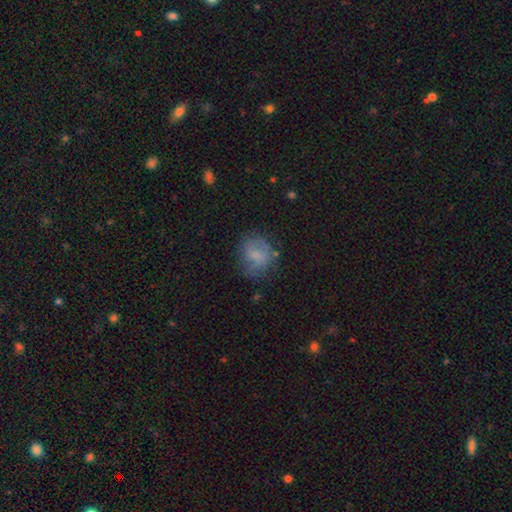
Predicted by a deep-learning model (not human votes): A smooth galaxy with no disk features (60%) that is round (61%). Merging: none (61%).